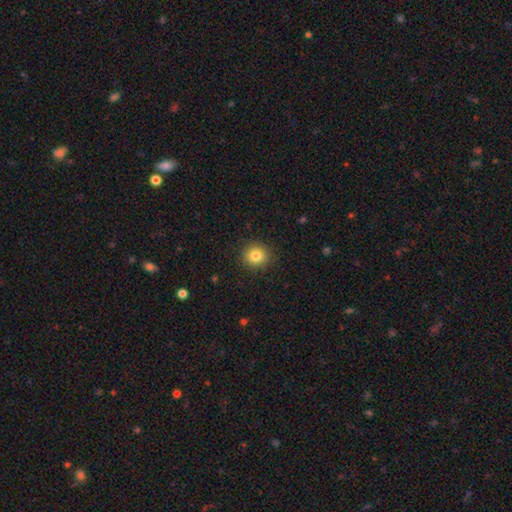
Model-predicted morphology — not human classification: smooth-or-featured: smooth: 82% | star or artifact: 11% | featured or disk: 7%
  how-rounded: round: 90% | in between: 9% | cigar-shaped: 1%
  merging: none: 91% | minor disturbance: 6% | major disturbance: 2% | merger: 1%